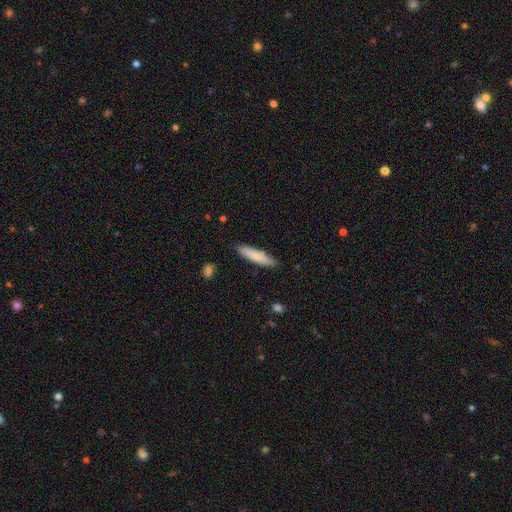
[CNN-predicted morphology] The model was most divided on "smooth or featured": smooth: 77%, featured or disk: 17%, star or artifact: 6%. More confident: merging — none (86%); how rounded — cigar-shaped (83%).